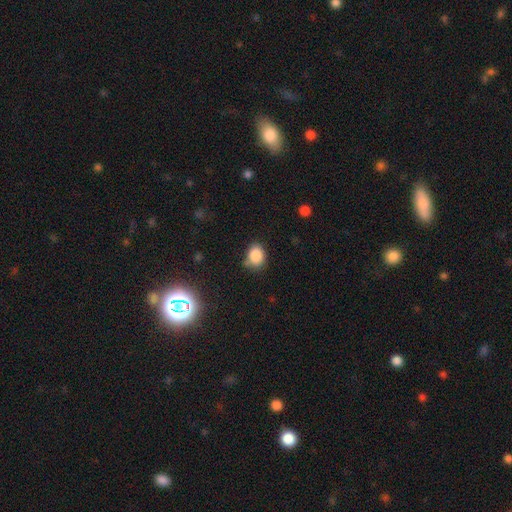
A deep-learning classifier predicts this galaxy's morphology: This is clearly a smooth galaxy (85%). How rounded: possibly in between (52%). Merging: likely none (67%).